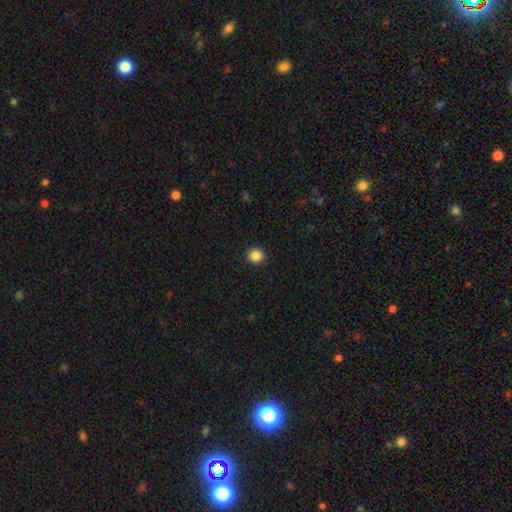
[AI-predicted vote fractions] A smooth galaxy with no disk features (87%) that is round (94%).

Vote fractions:
- Smooth or featured? smooth: 87% / star or artifact: 10% / featured or disk: 3%
- How rounded? round: 94% / in between: 5% / cigar-shaped: 1%
- Merging? none: 93% / minor disturbance: 4% / major disturbance: 2% / merger: 1%